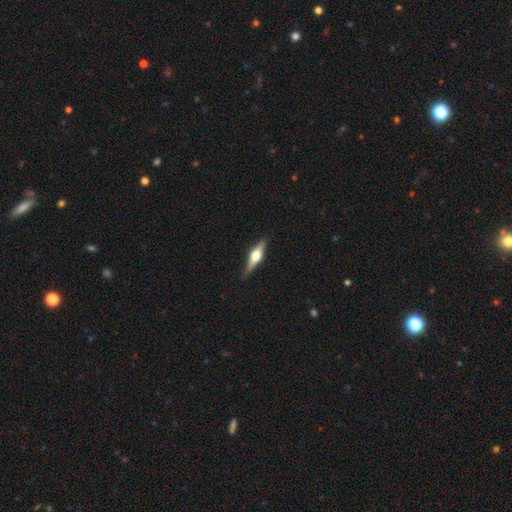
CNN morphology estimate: Smooth or featured? featured or disk (68%)
Edge-on disk? yes (97%)
Edge-on bulge? rounded (94%)
Merging? none (87%)